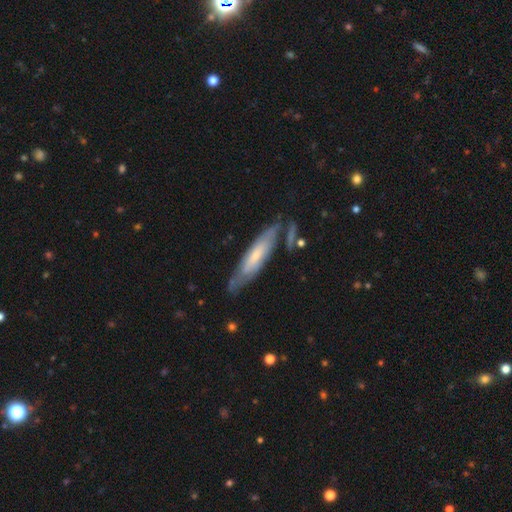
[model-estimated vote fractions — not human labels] Q: Smooth or featured?
A: featured or disk (54%); runner-up: smooth (40%)
Q: Edge-on disk?
A: no (52%); runner-up: yes (48%)
Q: Merging?
A: none (68%); runner-up: minor disturbance (20%)